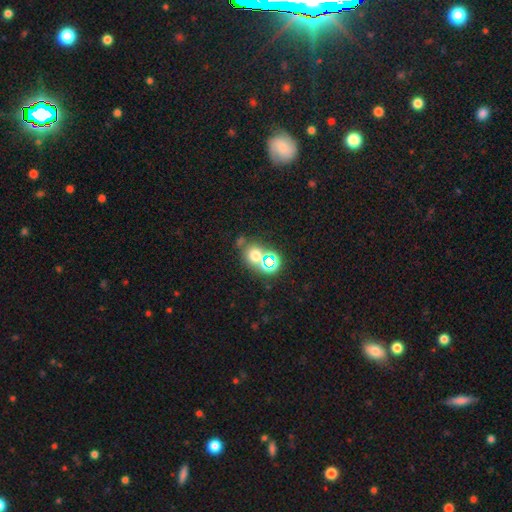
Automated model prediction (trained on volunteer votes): Morphology: type=smooth (58%); roundness=round (71%); merging=none (59%).